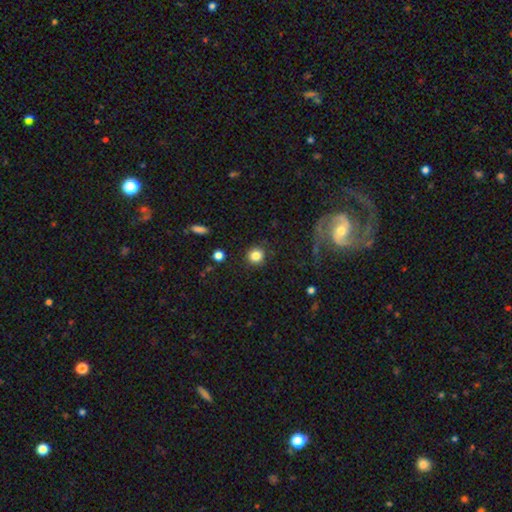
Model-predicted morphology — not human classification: type=smooth (84%); roundness=round (91%); merging=none (90%).